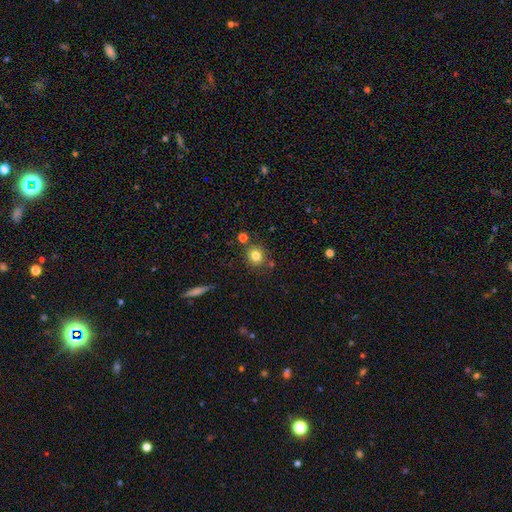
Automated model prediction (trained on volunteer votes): This appears to be a smooth galaxy with no disk features (81%) that is round (85%). Merging: none (79%).